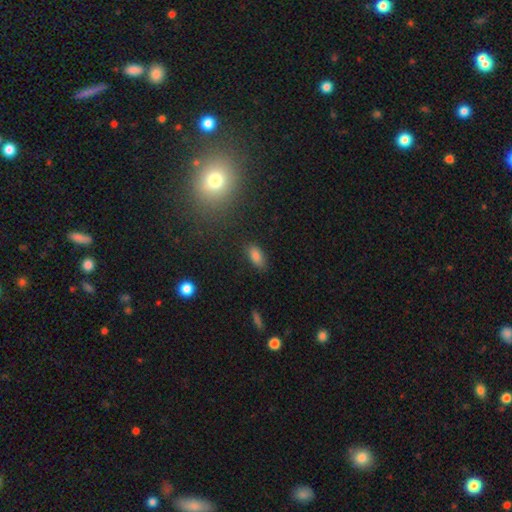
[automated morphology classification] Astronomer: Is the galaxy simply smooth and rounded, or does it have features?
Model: smooth — 82%.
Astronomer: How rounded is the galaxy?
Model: in between — 88%.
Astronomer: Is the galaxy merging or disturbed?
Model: none — 82%.